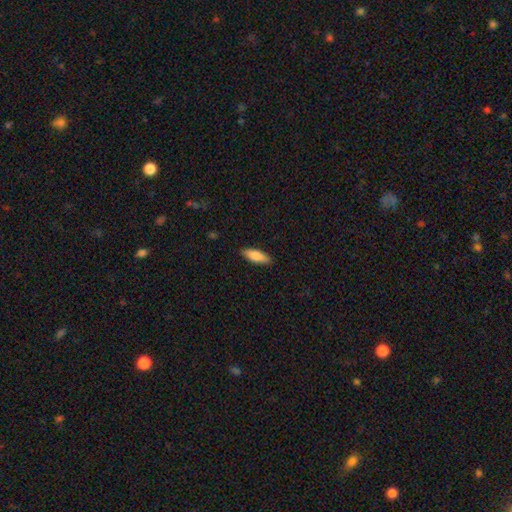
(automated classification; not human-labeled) This appears to be a smooth galaxy with no disk features (80%) that is in between round and cigar-shaped (59%). Merging: none (88%).